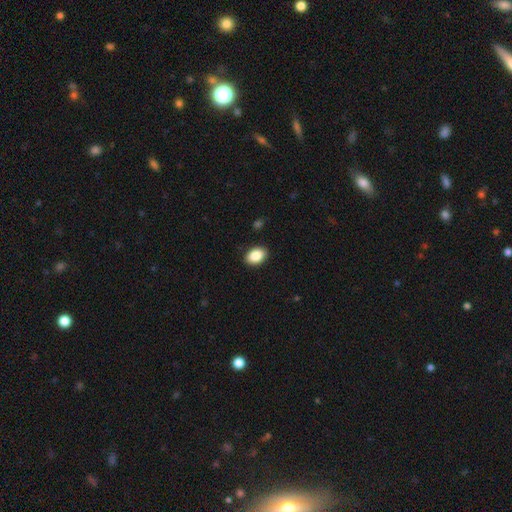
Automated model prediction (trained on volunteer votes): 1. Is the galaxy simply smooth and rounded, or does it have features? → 88% smooth, 8% star or artifact, 5% featured or disk.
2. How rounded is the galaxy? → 82% in between, 17% round, 1% cigar-shaped.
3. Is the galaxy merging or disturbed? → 90% none, 7% minor disturbance, 2% major disturbance, 1% merger.